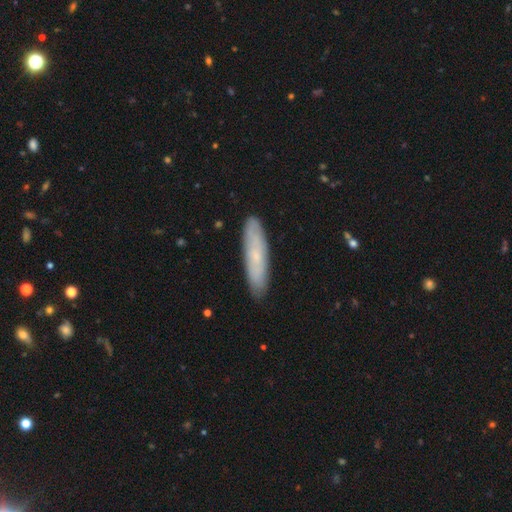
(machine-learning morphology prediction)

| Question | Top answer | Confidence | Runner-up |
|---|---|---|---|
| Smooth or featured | smooth | 54% | featured or disk (38%) |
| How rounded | cigar-shaped | 79% | in between (20%) |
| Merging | none | 87% | minor disturbance (10%) |